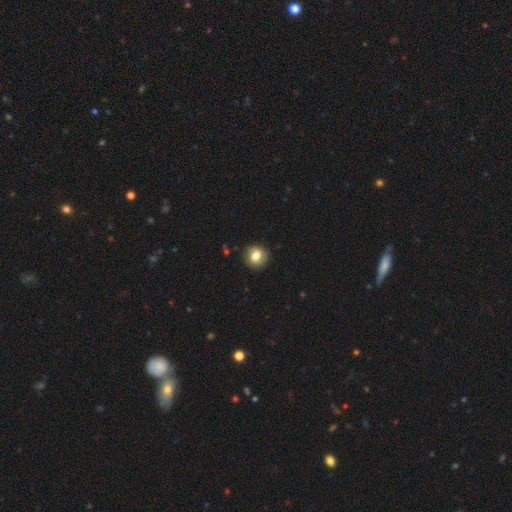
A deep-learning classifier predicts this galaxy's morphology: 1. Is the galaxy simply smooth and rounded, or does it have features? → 71% smooth, 20% featured or disk, 9% star or artifact.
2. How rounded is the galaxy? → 79% round, 20% in between, 1% cigar-shaped.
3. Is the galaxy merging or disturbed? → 84% none, 12% minor disturbance, 3% major disturbance, 1% merger.